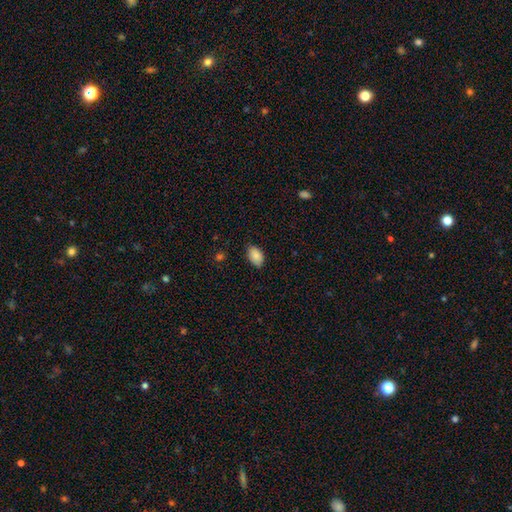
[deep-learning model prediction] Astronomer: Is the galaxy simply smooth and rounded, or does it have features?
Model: smooth — 89%.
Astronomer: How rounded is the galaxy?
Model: in between — 93%.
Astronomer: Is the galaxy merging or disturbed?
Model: none — 82%.